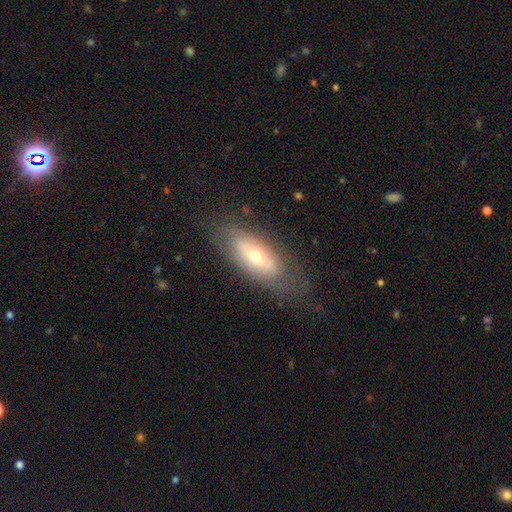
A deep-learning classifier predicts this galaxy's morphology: Smooth or featured? featured or disk (46%, tied with smooth)
Merging? none (70%)